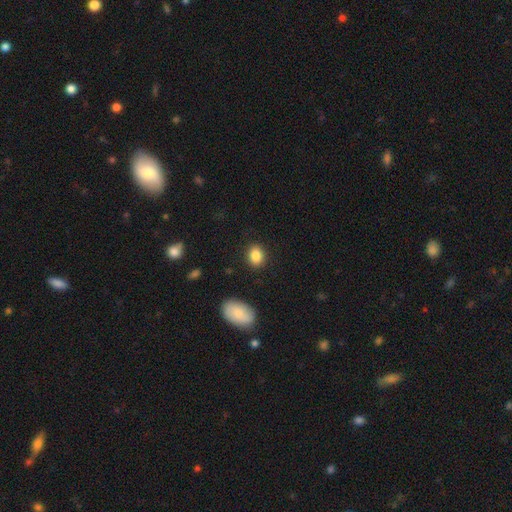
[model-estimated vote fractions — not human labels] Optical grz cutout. It shows a smooth galaxy with no disk features (87%) that is in between round and cigar-shaped (59%). Merging: none (88%).